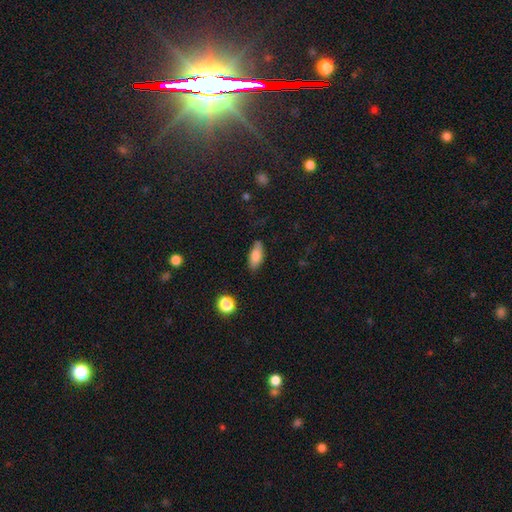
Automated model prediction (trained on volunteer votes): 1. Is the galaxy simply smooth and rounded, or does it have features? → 79% smooth, 14% featured or disk, 8% star or artifact.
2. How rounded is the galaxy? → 82% in between, 15% cigar-shaped, 3% round.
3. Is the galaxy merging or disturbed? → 78% none, 17% minor disturbance, 3% major disturbance, 2% merger.